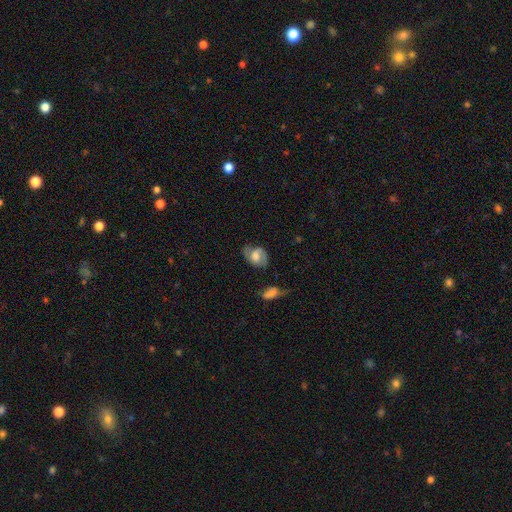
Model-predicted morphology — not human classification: Smooth or featured? featured or disk (54%)
Edge-on disk? no (96%)
Bar? no (50%)
Spiral arms? yes (83%)
Bulge size? large (36%, tied with moderate)
Merging? none (59%)